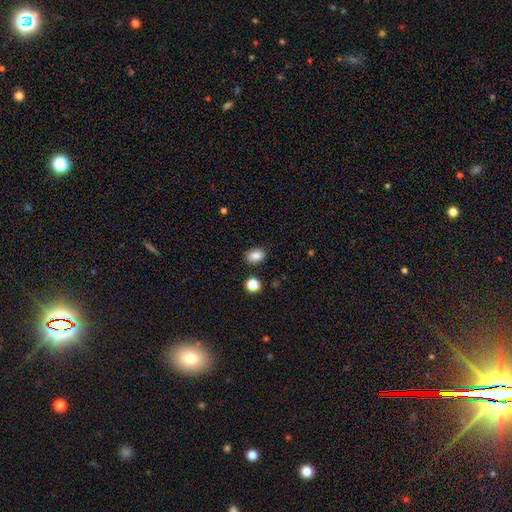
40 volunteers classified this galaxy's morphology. This appears to be a smooth galaxy with no disk features (95%) that is in between round and cigar-shaped (82%). Merging: none (92%).